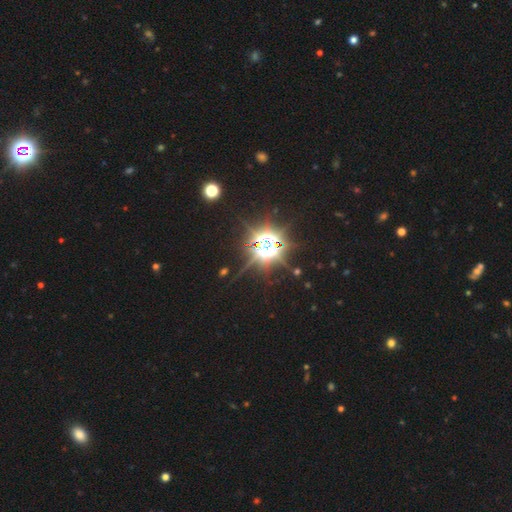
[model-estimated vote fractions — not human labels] The model was most divided on "smooth or featured": star or artifact: 82%, featured or disk: 9%, smooth: 9%.